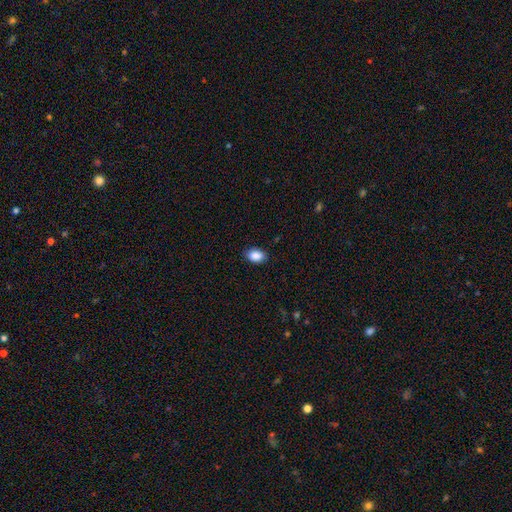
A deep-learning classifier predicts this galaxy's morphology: smooth 89%, star or artifact 7%, featured or disk 3%. Down the decision tree: how rounded — in between (86%); merging — none (86%).